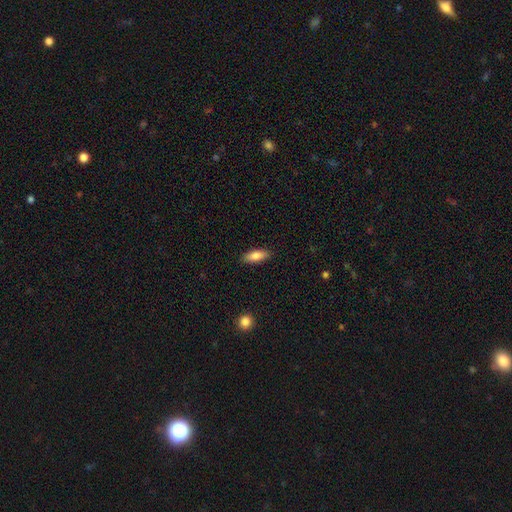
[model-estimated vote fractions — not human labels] smooth-or-featured: smooth: 83% | featured or disk: 11% | star or artifact: 6%
  how-rounded: in between: 73% | cigar-shaped: 25% | round: 2%
  merging: none: 88% | minor disturbance: 9% | major disturbance: 2% | merger: 1%